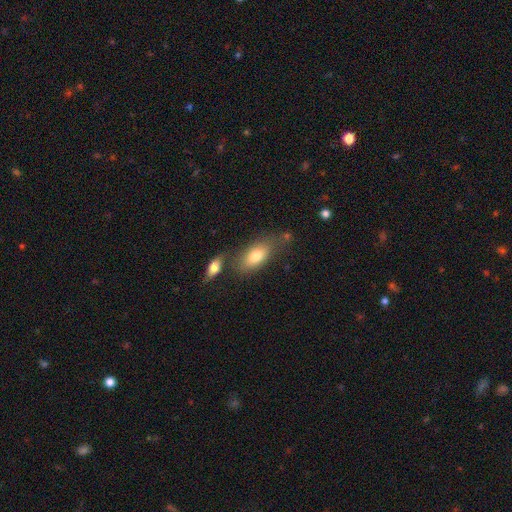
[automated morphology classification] Smooth or featured?
  - smooth: 76% *
  - featured or disk: 16%
  - star or artifact: 7%
How rounded?
  - in between: 88% *
  - cigar-shaped: 7%
  - round: 5%
Merging?
  - none: 57% *
  - merger: 19%
  - minor disturbance: 17%
  - major disturbance: 7%